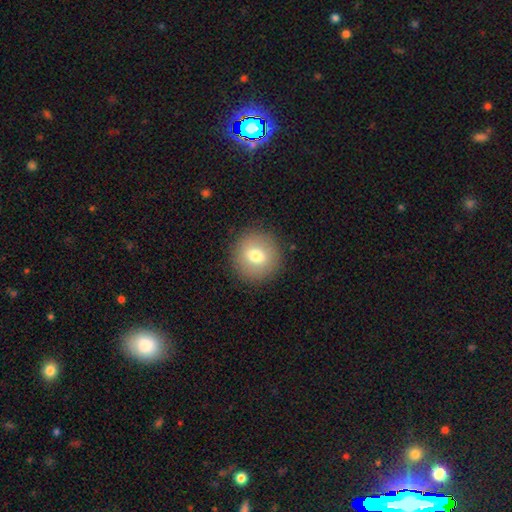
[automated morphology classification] Smooth or featured?
  - smooth: 73% *
  - featured or disk: 17%
  - star or artifact: 9%
How rounded?
  - round: 93% *
  - in between: 6%
  - cigar-shaped: 1%
Merging?
  - none: 90% *
  - minor disturbance: 7%
  - major disturbance: 3%
  - merger: 1%